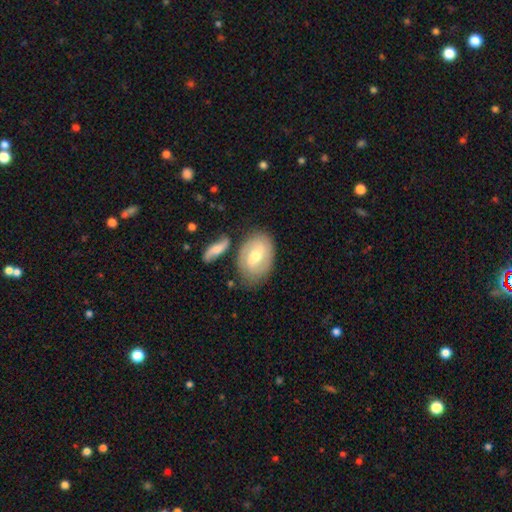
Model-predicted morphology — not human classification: smooth_or_featured: featured or disk (p=0.55) [alt: smooth p=0.39]
disk_edge_on: no (p=0.92) [alt: yes p=0.08]
bar: weak (p=0.50) [alt: no p=0.29]
has_spiral_arms: yes (p=0.70) [alt: no p=0.30]
bulge_size: moderate (p=0.70) [alt: small p=0.24]
merging: none (p=0.71) [alt: minor disturbance p=0.16]